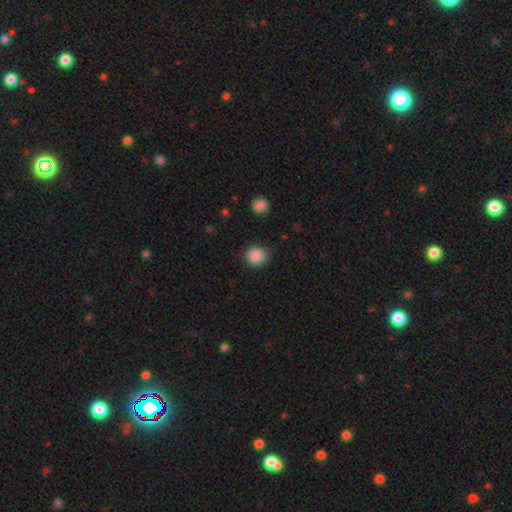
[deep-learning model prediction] Smooth or featured: smooth — 87% (star or artifact — 10%)
How rounded: round — 87% (in between — 12%)
Merging: none — 84% (minor disturbance — 12%)